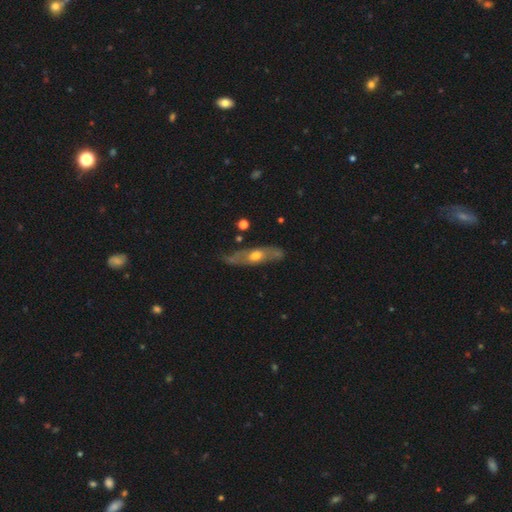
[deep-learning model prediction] A featured or disk galaxy (64%). Merging: none (67%).